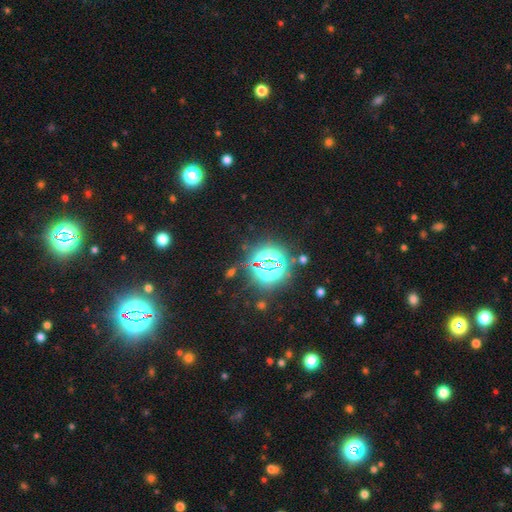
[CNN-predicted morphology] Smooth or featured: star or artifact — 81% (smooth — 12%)